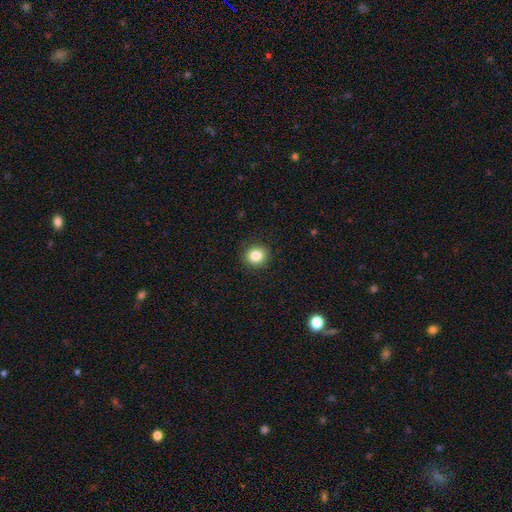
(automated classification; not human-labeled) Smooth or featured? smooth (84%)
How rounded? round (86%)
Merging? none (91%)